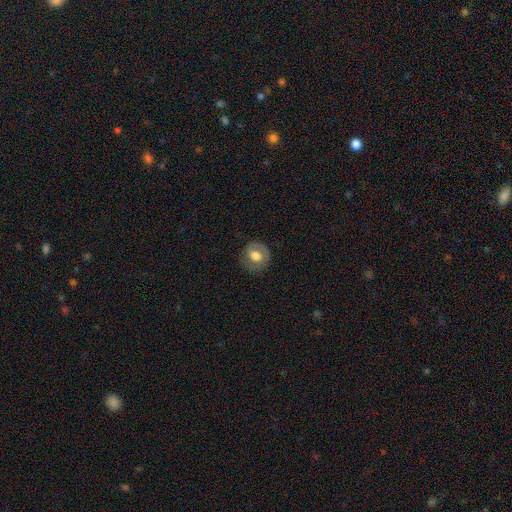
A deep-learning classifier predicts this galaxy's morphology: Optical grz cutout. It shows a smooth galaxy with no disk features (57%) that is round (78%). Merging: none (74%).